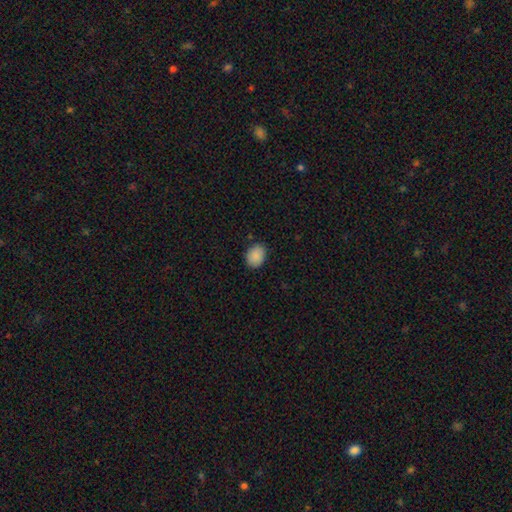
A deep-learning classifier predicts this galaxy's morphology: Q: Smooth or featured?
A: smooth (89%); runner-up: star or artifact (8%)
Q: How rounded?
A: in between (52%); runner-up: round (47%)
Q: Merging?
A: none (86%); runner-up: minor disturbance (11%)